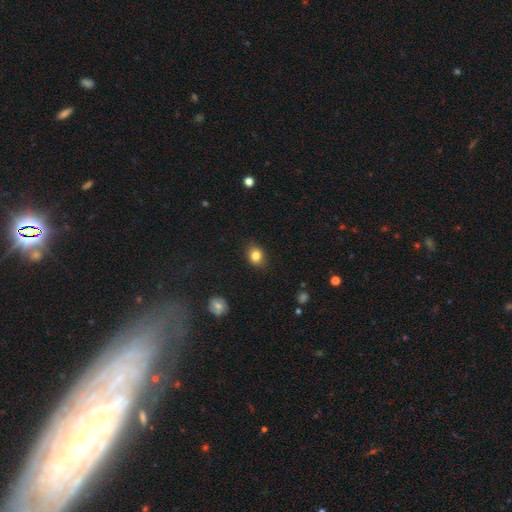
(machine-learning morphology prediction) Smooth or featured?
  - smooth: 83% *
  - star or artifact: 11%
  - featured or disk: 7%
How rounded?
  - round: 55% *
  - in between: 44%
  - cigar-shaped: 1%
Merging?
  - none: 85% *
  - minor disturbance: 11%
  - major disturbance: 2%
  - merger: 1%